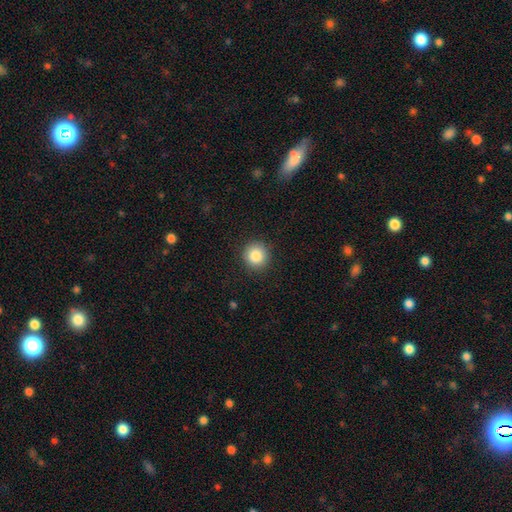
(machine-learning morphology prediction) A smooth galaxy with no disk features (86%) that is round (93%).

Vote fractions:
- Smooth or featured? smooth: 86% / star or artifact: 10% / featured or disk: 5%
- How rounded? round: 93% / in between: 6% / cigar-shaped: 1%
- Merging? none: 91% / minor disturbance: 6% / major disturbance: 2% / merger: 1%